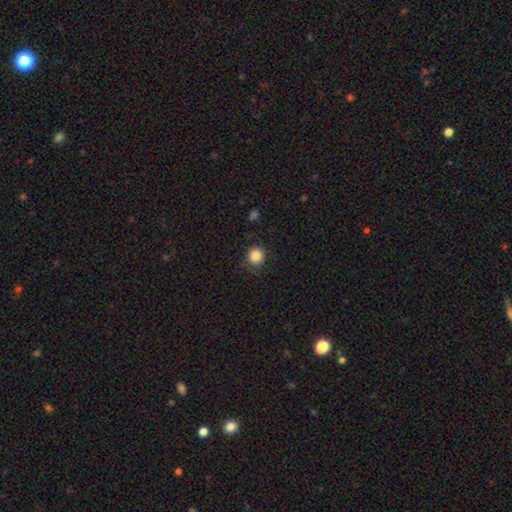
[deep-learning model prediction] Q: Smooth or featured?
A: smooth (86%); runner-up: star or artifact (10%)
Q: How rounded?
A: round (90%); runner-up: in between (9%)
Q: Merging?
A: none (86%); runner-up: minor disturbance (10%)